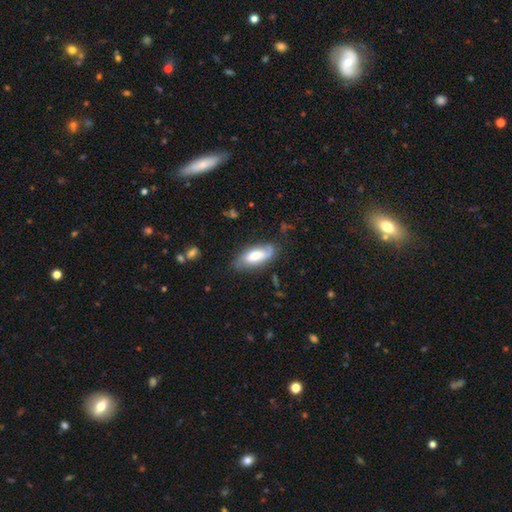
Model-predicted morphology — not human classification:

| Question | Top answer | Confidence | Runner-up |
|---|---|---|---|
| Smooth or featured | featured or disk | 51% | smooth (42%) |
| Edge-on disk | no | 87% | yes (13%) |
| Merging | none | 69% | minor disturbance (22%) |